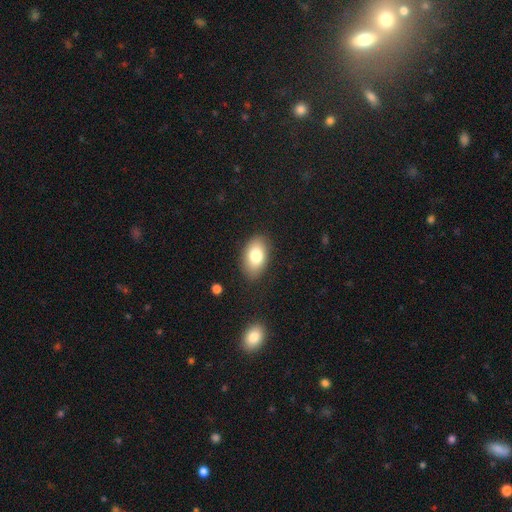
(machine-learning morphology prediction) type=smooth (79%); roundness=in between (90%); merging=none (84%).